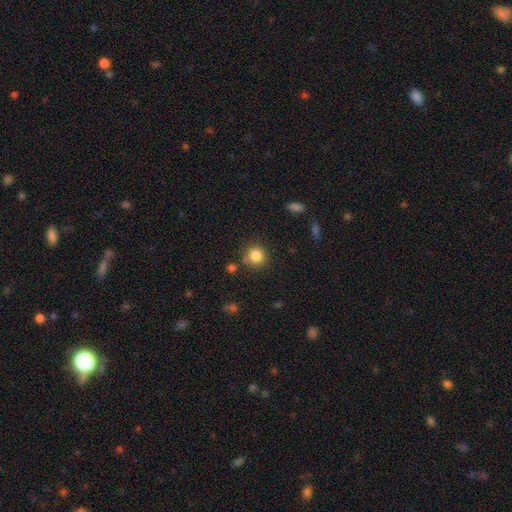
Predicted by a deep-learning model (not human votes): Smooth or featured?
  - smooth: 84% *
  - star or artifact: 11%
  - featured or disk: 5%
How rounded?
  - round: 90% *
  - in between: 9%
  - cigar-shaped: 1%
Merging?
  - none: 78% *
  - minor disturbance: 11%
  - merger: 8%
  - major disturbance: 4%